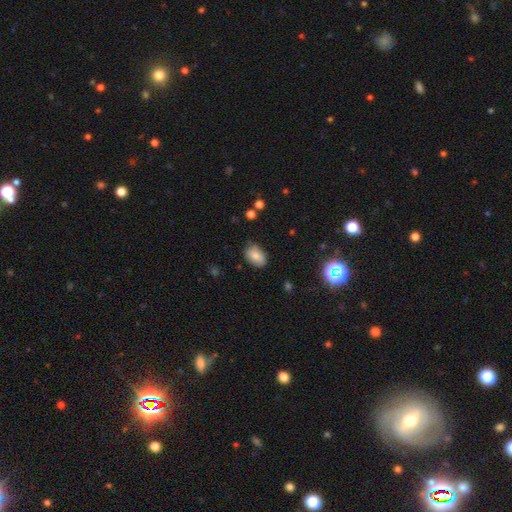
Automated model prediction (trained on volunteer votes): Smooth or featured? smooth (79%)
How rounded? in between (86%)
Merging? none (78%)